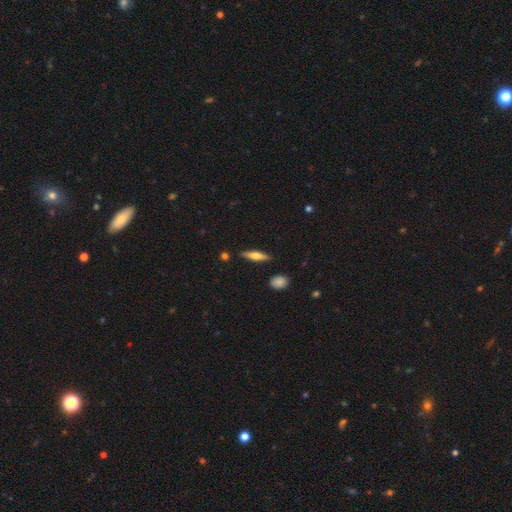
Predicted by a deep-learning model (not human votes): Smooth or featured?
  - featured or disk: 49% *
  - smooth: 45%
  - star or artifact: 6%
Merging?
  - none: 88% *
  - minor disturbance: 8%
  - merger: 2%
  - major disturbance: 2%